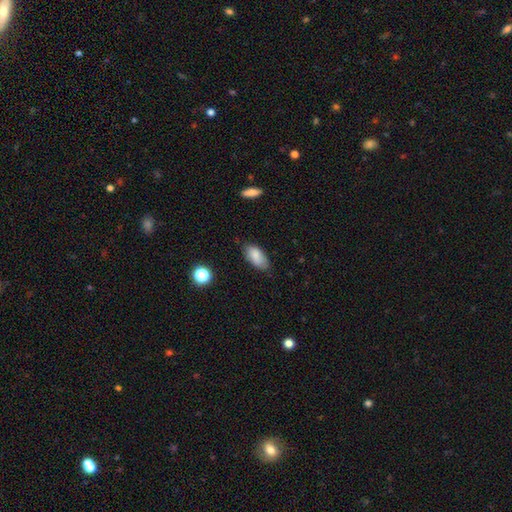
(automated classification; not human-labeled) This appears to be a smooth galaxy with no disk features (83%) that is in between round and cigar-shaped (91%). Merging: none (69%).